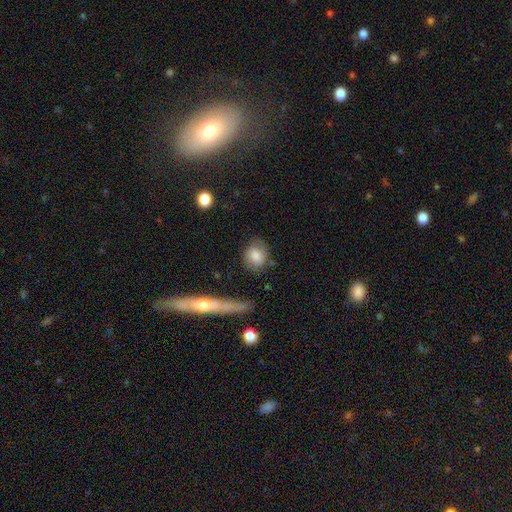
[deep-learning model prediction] A smooth galaxy with no disk features (70%) that is round (62%). Merging: none (69%).